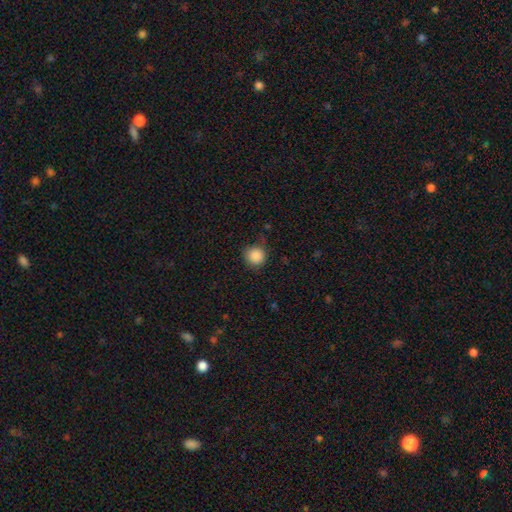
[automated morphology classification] This appears to be a smooth galaxy with no disk features (87%) that is round (93%). Merging: none (81%).